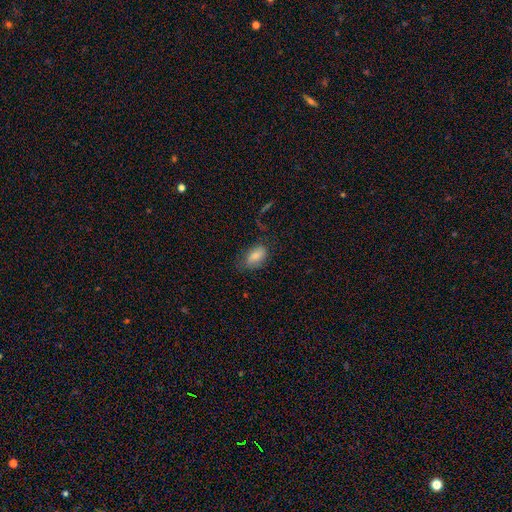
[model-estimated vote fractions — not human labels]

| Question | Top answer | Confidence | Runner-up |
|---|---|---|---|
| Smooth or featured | smooth | 81% | featured or disk (11%) |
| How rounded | in between | 91% | round (5%) |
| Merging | none | 61% | minor disturbance (26%) |